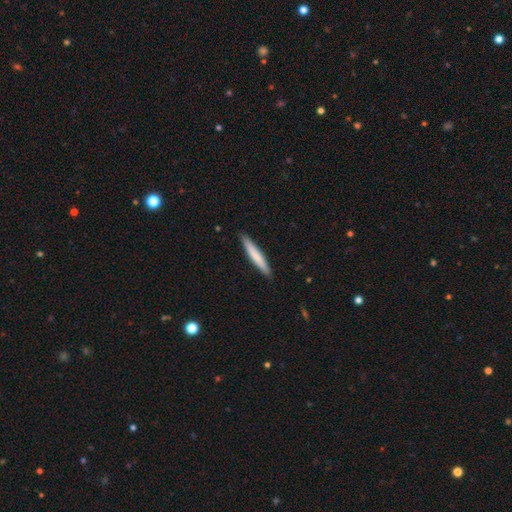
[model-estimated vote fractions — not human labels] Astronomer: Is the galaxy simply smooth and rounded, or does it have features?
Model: smooth — 74%.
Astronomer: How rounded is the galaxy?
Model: cigar-shaped — 95%.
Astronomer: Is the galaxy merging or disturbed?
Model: none — 91%.